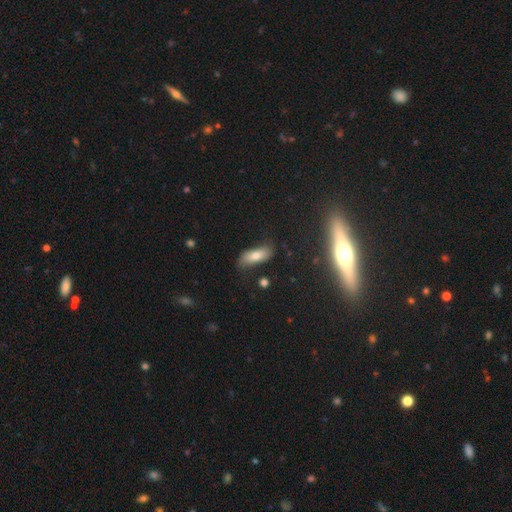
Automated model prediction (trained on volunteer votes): This is likely a smooth galaxy (70%). How rounded: likely in between (66%). Merging: likely none (70%).